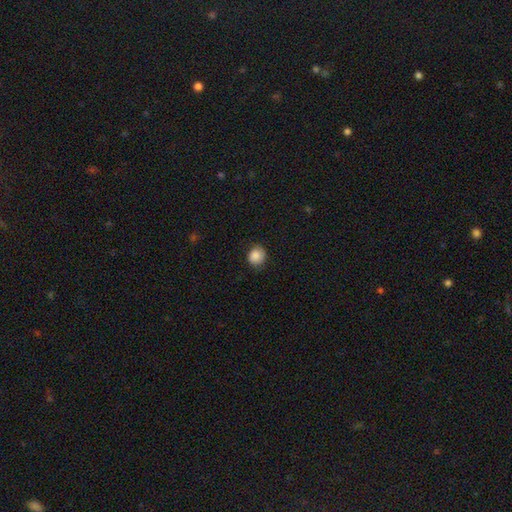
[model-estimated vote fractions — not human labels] Q: Smooth or featured?
A: smooth (87%); runner-up: star or artifact (9%)
Q: How rounded?
A: round (81%); runner-up: in between (18%)
Q: Merging?
A: none (78%); runner-up: minor disturbance (17%)